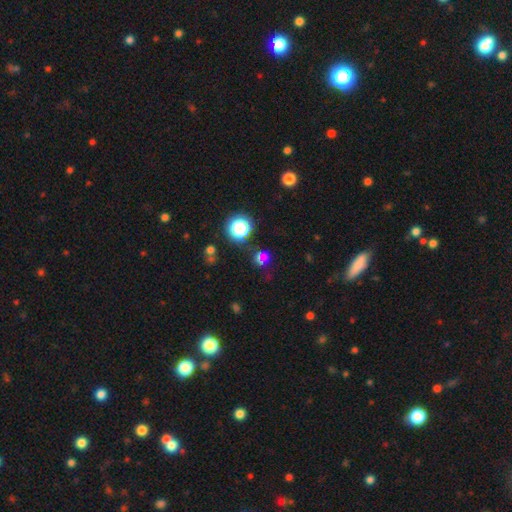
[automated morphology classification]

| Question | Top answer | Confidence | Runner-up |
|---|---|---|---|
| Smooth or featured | star or artifact | 52% | smooth (37%) |